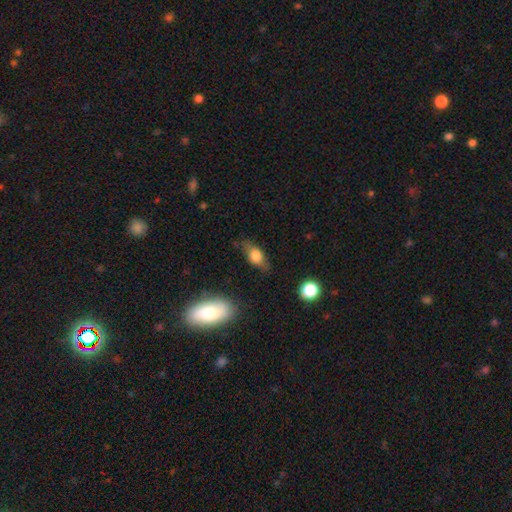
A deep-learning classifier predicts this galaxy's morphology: A smooth galaxy with no disk features (66%) that is in between round and cigar-shaped (75%). Merging: none (70%).